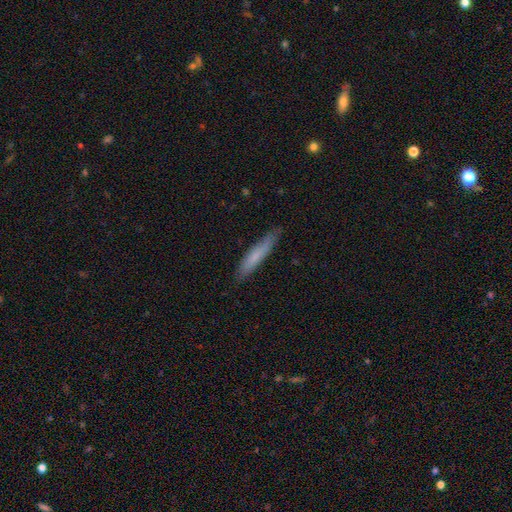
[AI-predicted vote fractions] Smooth or featured? smooth (71%)
How rounded? cigar-shaped (91%)
Merging? none (85%)